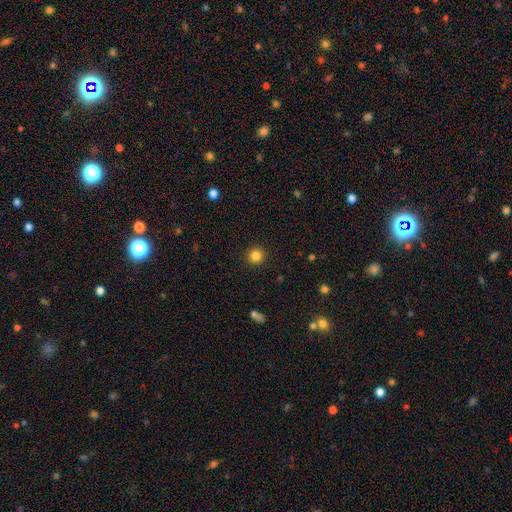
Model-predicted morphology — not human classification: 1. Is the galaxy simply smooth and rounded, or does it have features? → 85% smooth, 11% star or artifact, 4% featured or disk.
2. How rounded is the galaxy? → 94% round, 5% in between, 1% cigar-shaped.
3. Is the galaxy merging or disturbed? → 92% none, 5% minor disturbance, 2% major disturbance, 1% merger.